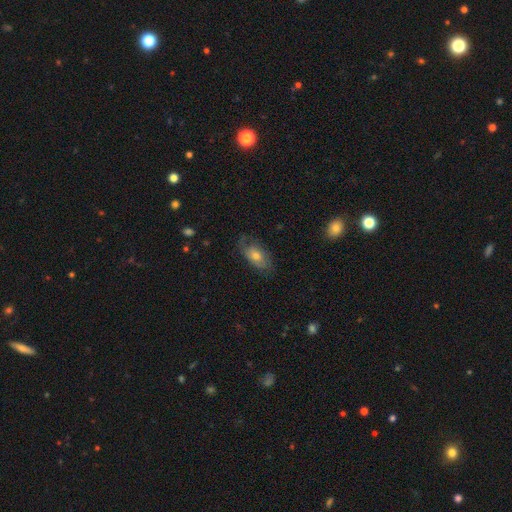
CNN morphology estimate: smooth-or-featured: smooth: 53% | featured or disk: 39% | star or artifact: 9%
  how-rounded: in between: 88% | round: 7% | cigar-shaped: 5%
  merging: none: 66% | minor disturbance: 23% | major disturbance: 10% | merger: 1%